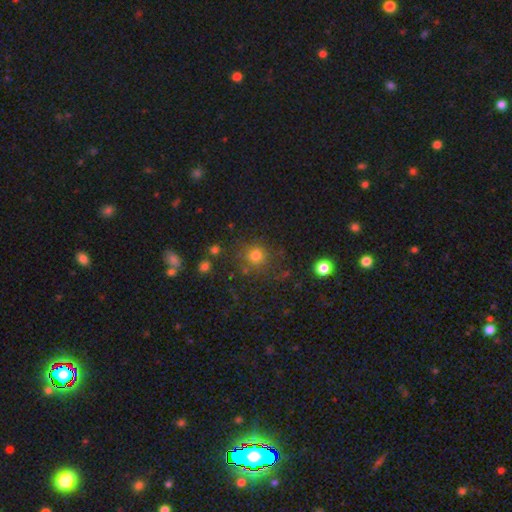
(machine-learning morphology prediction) Smooth or featured?
  - smooth: 74% *
  - star or artifact: 17%
  - featured or disk: 9%
How rounded?
  - round: 89% *
  - in between: 10%
  - cigar-shaped: 1%
Merging?
  - none: 76% *
  - minor disturbance: 13%
  - major disturbance: 6%
  - merger: 5%